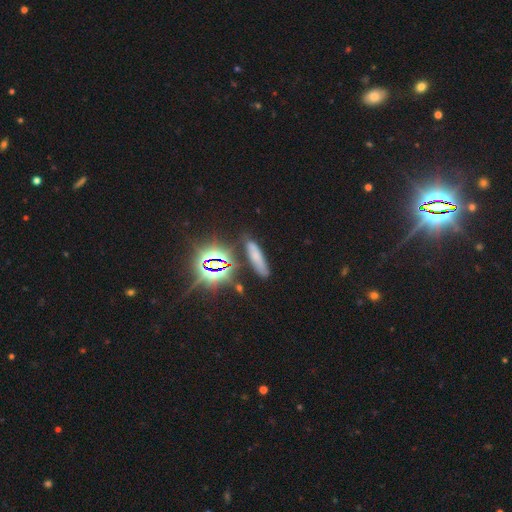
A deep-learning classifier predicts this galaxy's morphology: Smooth or featured?
  - smooth: 50% *
  - star or artifact: 33%
  - featured or disk: 17%
How rounded?
  - cigar-shaped: 68% *
  - in between: 26%
  - round: 6%
Merging?
  - none: 76% *
  - minor disturbance: 14%
  - merger: 5%
  - major disturbance: 5%